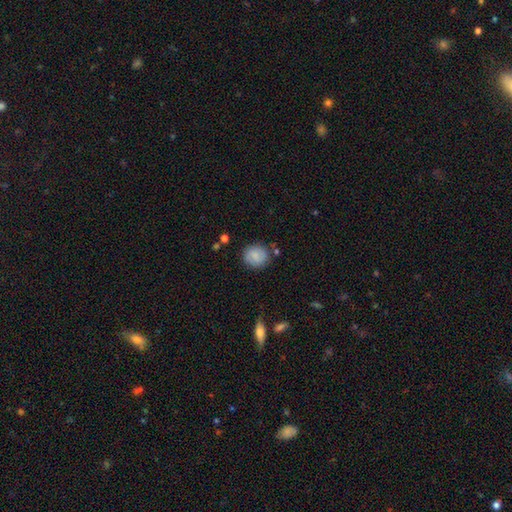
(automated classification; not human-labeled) Overall: smooth (75%). How rounded: round (74%). Merging: none (80%).